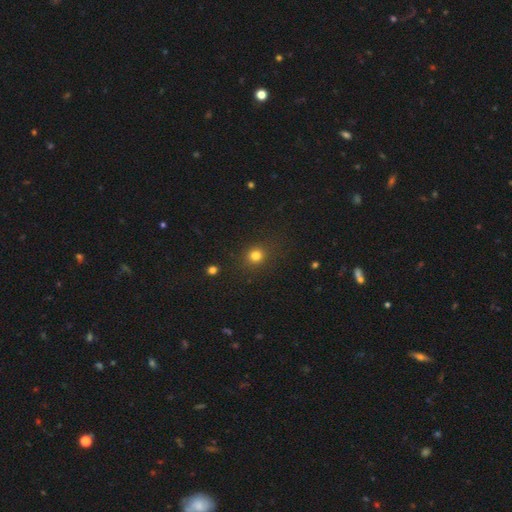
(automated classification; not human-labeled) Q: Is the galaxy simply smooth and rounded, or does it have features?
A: smooth — 80%.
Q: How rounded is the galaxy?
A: round — 82%.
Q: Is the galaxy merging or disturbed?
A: none — 86%.